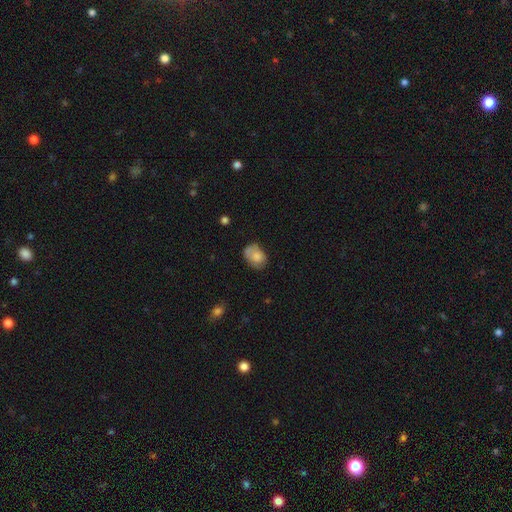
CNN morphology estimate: Smooth or featured?
  - smooth: 73% *
  - featured or disk: 19%
  - star or artifact: 8%
How rounded?
  - in between: 73% *
  - round: 26%
  - cigar-shaped: 1%
Merging?
  - none: 54% *
  - minor disturbance: 32%
  - major disturbance: 11%
  - merger: 4%